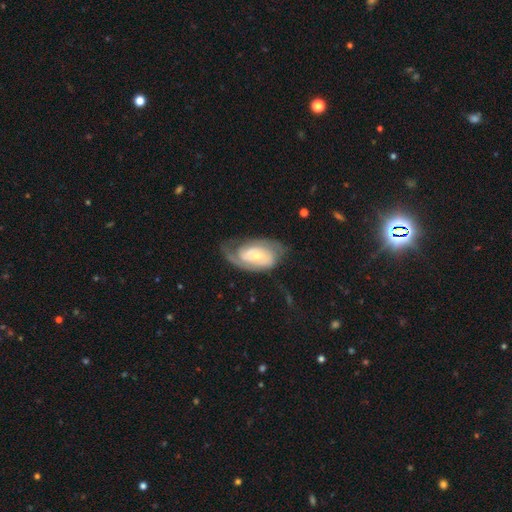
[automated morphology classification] Overall: featured or disk (79%). Edge-on disk: no (96%). Bar: no (53%; weak 36%). Spiral arms: yes (92%). Spiral arm count: 2 (52%; can't tell 21%). Spiral winding: tight (54%; medium 33%). Bulge size: small (64%; moderate 29%). Merging: none (56%; minor disturbance 22%).